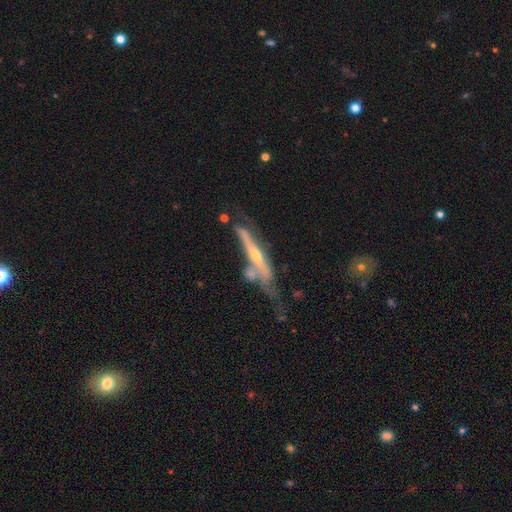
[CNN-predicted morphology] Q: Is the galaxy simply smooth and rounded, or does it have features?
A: featured or disk — 77%.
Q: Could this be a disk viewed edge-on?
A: yes — 84%.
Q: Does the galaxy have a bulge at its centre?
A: rounded — 82%.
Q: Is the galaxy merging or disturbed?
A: none — 37%.